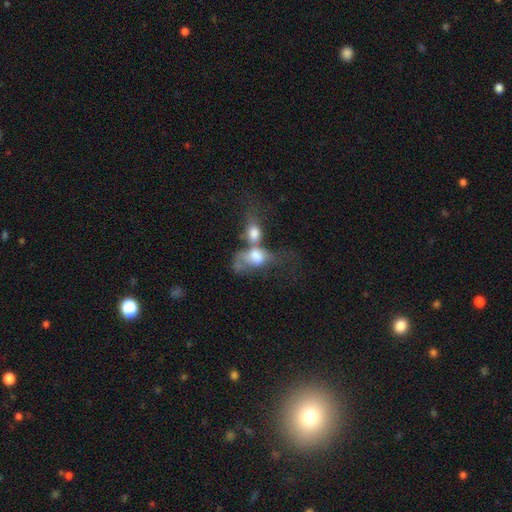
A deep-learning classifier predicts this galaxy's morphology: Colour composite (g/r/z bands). It shows a smooth galaxy with no disk features (58%) that is in between round and cigar-shaped (76%). Merging: merger (71%).